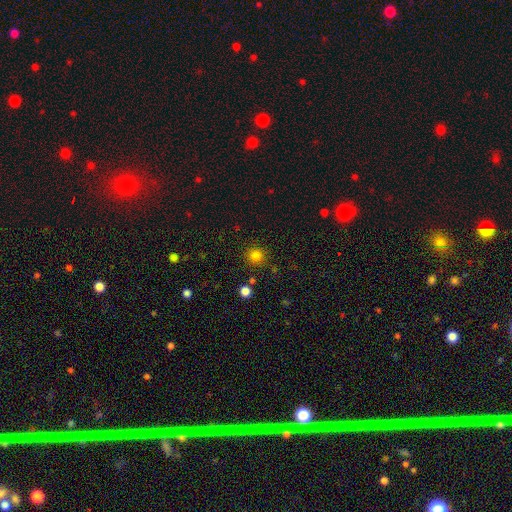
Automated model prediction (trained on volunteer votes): The model was most divided on "smooth or featured": smooth: 81%, star or artifact: 15%, featured or disk: 5%. More confident: how rounded — round (93%); merging — none (88%).